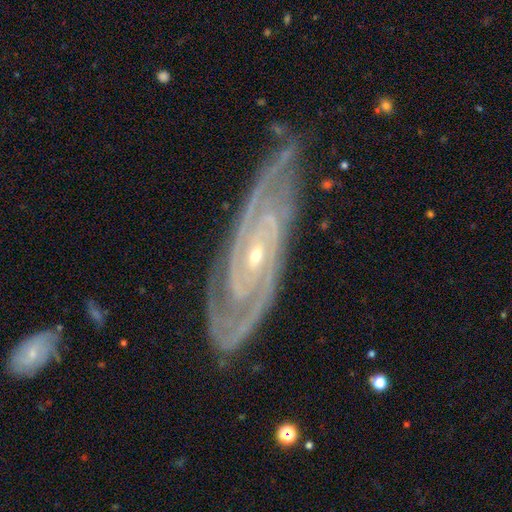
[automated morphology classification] This is clearly a featured or disk galaxy (93%). It is clearly not viewed edge-on (93%). Bar: possibly no (54%). Spiral arm pattern: clearly yes (98%). Spiral arm count: likely 2 (71%). Spiral winding: likely tight (72%). Central bulge: likely small (73%). Merging: likely none (76%).